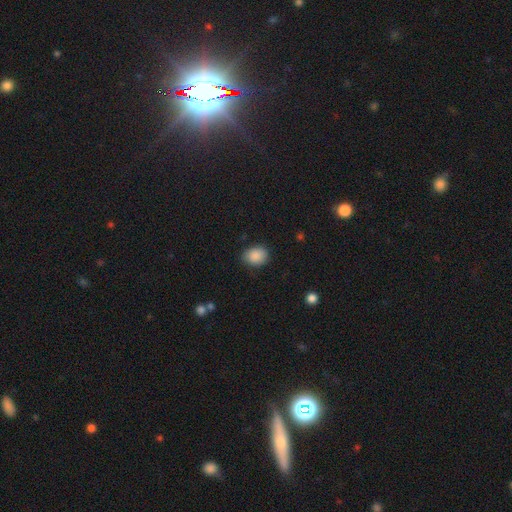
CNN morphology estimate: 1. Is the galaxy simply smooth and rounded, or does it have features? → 88% smooth, 8% star or artifact, 4% featured or disk.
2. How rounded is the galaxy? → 57% in between, 43% round, 1% cigar-shaped.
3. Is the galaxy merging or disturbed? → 82% none, 14% minor disturbance, 3% major disturbance, 1% merger.